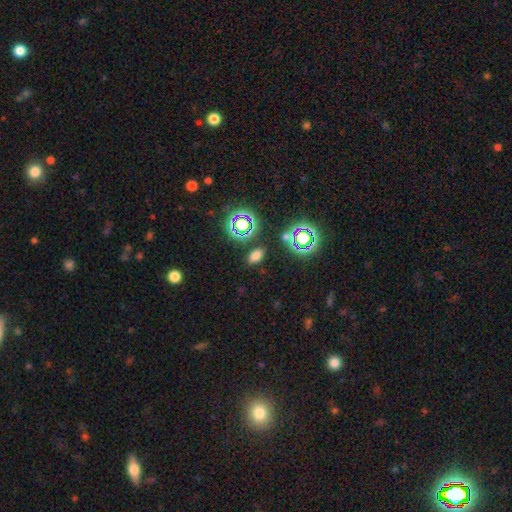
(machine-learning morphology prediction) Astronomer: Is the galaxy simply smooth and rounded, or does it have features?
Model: smooth — 69%.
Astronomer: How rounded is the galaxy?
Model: in between — 83%.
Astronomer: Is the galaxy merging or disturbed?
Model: none — 85%.